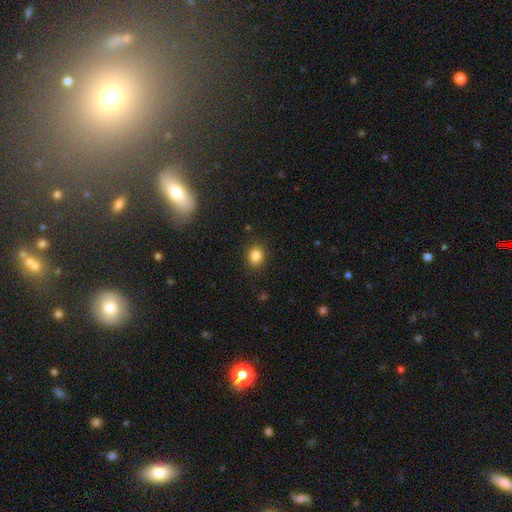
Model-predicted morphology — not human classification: Overall: smooth (84%). How rounded: round (57%; in between 42%). Merging: none (87%).